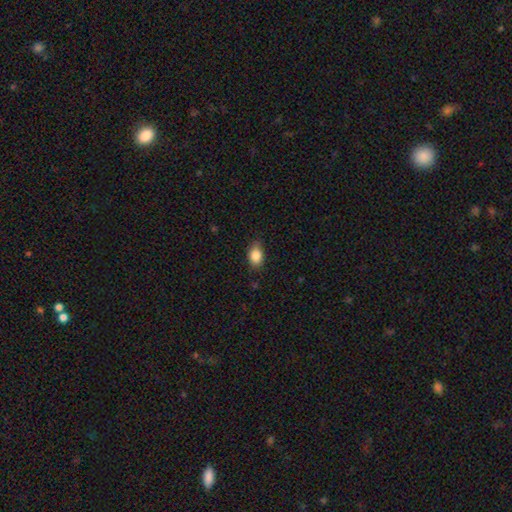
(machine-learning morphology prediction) smooth 86%, star or artifact 8%, featured or disk 6%. Down the decision tree: how rounded — in between (78%); merging — none (74%).